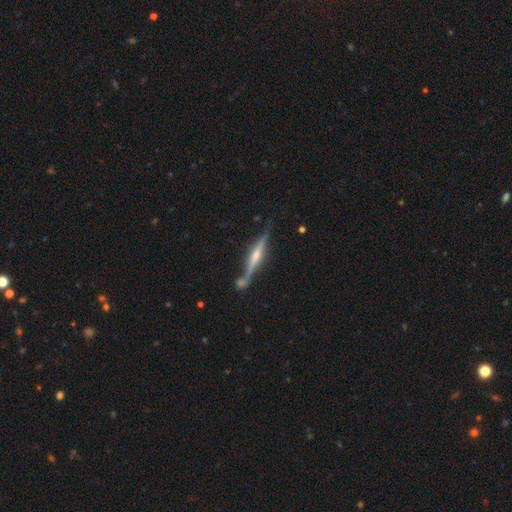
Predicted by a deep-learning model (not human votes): featured or disk 79%, smooth 15%, star or artifact 7%. Down the decision tree: edge-on disk — yes (97%); edge-on bulge — rounded (77%); merging — none (70%).